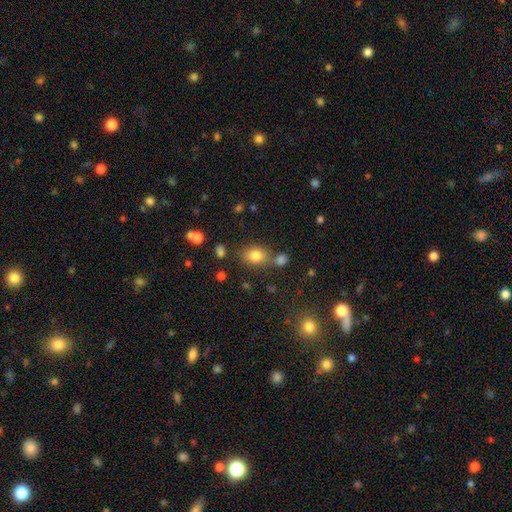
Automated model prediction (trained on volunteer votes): Q: Smooth or featured?
A: smooth (79%); runner-up: star or artifact (12%)
Q: How rounded?
A: in between (61%); runner-up: round (38%)
Q: Merging?
A: none (68%); runner-up: merger (14%)